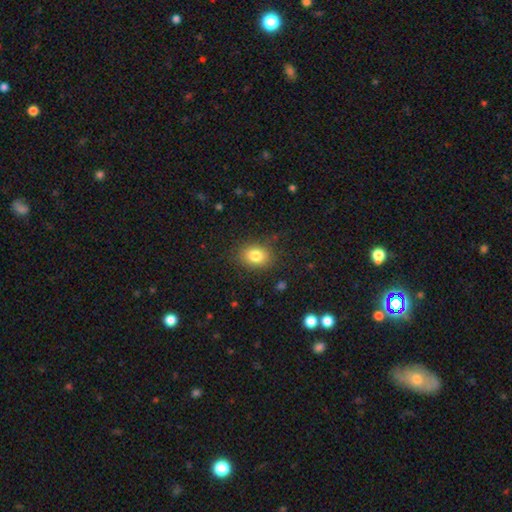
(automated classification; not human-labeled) Overall: smooth (82%). How rounded: in between (56%; round 43%). Merging: none (83%).